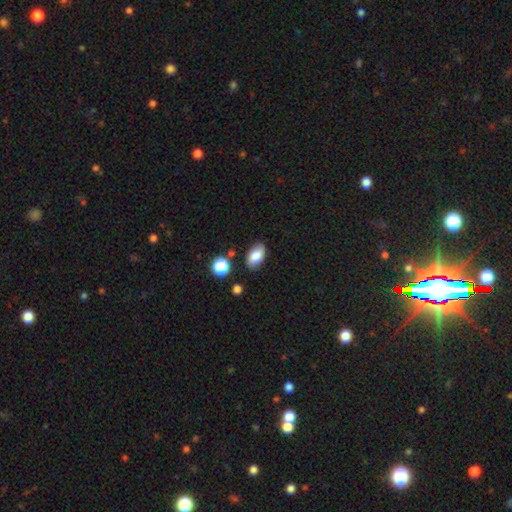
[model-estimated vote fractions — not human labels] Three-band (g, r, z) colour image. It shows a smooth galaxy with no disk features (79%) that is in between round and cigar-shaped (91%). Merging: none (79%).